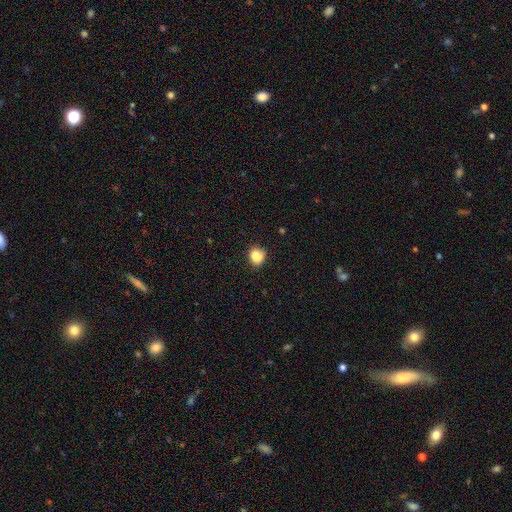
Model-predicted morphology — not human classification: This appears to be a smooth galaxy with no disk features (82%) that is round (77%). Merging: none (78%).